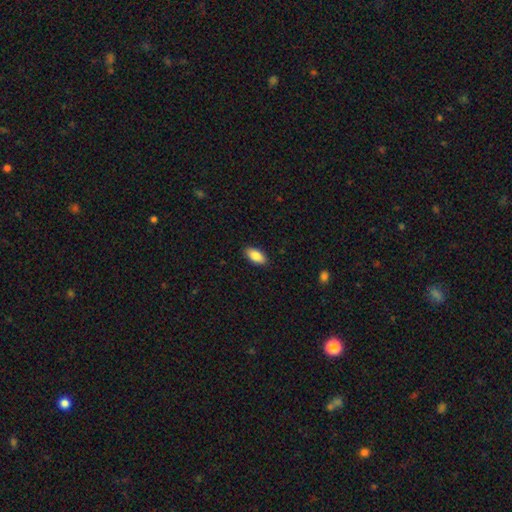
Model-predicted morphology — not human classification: A smooth galaxy with no disk features (86%) that is in between round and cigar-shaped (91%).

Vote fractions:
- Smooth or featured? smooth: 86% / featured or disk: 7% / star or artifact: 6%
- How rounded? in between: 91% / cigar-shaped: 6% / round: 2%
- Merging? none: 89% / minor disturbance: 8% / major disturbance: 2% / merger: 1%